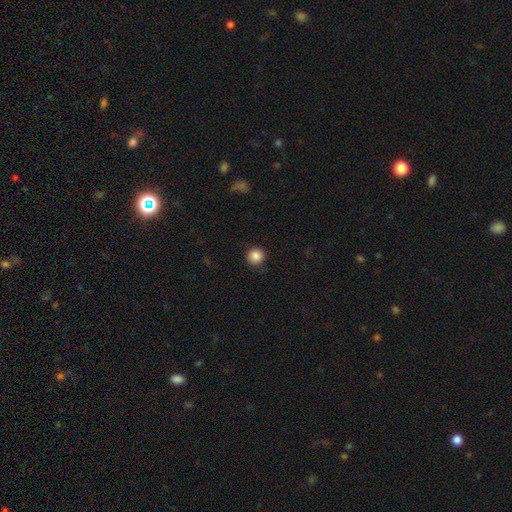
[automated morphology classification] Smooth or featured? smooth (86%)
How rounded? round (94%)
Merging? none (89%)